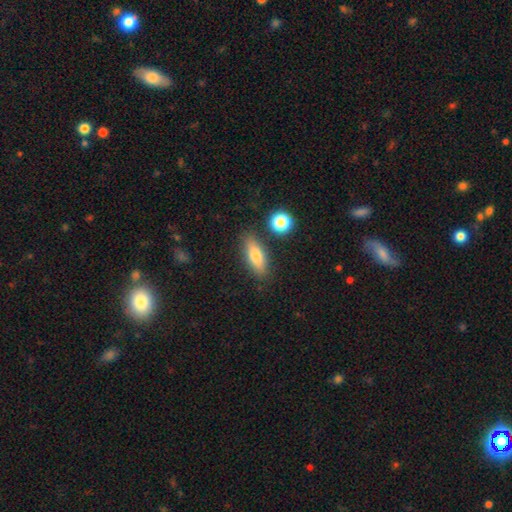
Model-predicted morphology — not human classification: Smooth or featured: smooth — 75% (featured or disk — 17%)
How rounded: in between — 63% (cigar-shaped — 32%)
Merging: none — 83% (minor disturbance — 11%)